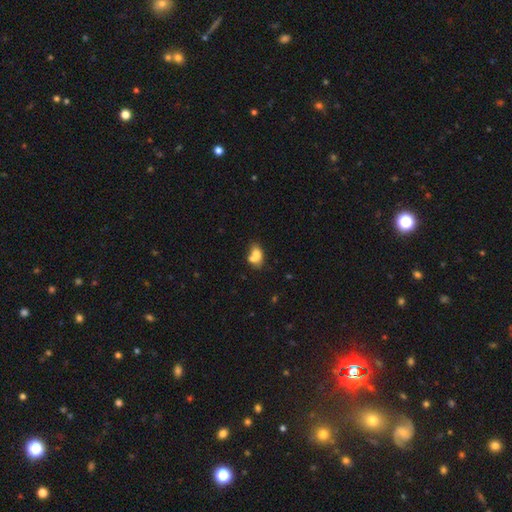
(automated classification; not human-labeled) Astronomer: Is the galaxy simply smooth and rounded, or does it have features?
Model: smooth — 70%.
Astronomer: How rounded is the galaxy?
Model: in between — 75%.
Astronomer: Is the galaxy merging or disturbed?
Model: merger — 51% (runner-up: none, 29%).